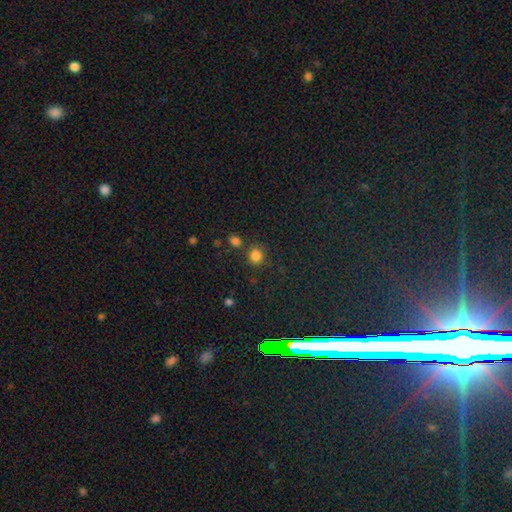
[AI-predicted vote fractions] The model was most divided on "merging": none: 76%, merger: 11%, minor disturbance: 10%, major disturbance: 4%. More confident: how rounded — round (87%); smooth or featured — smooth (82%).